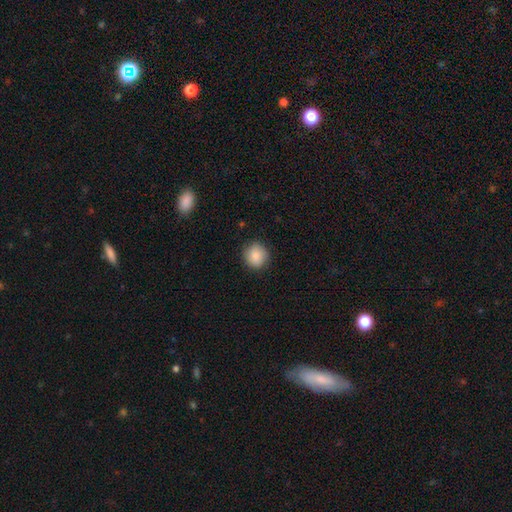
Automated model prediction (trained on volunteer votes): A smooth galaxy with no disk features (86%) that is round (86%).

Vote fractions:
- Smooth or featured? smooth: 86% / star or artifact: 8% / featured or disk: 6%
- How rounded? round: 86% / in between: 13% / cigar-shaped: 1%
- Merging? none: 87% / minor disturbance: 10% / major disturbance: 2% / merger: 1%